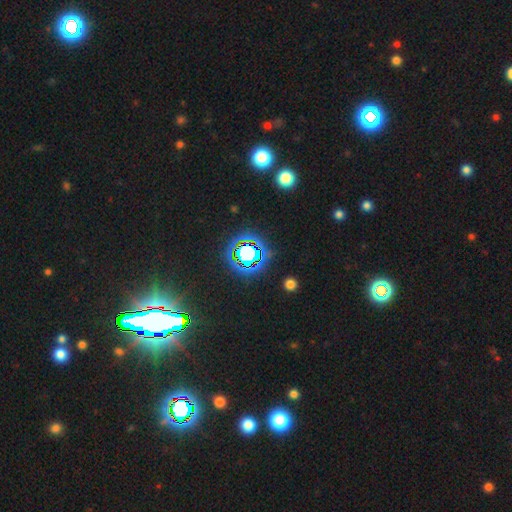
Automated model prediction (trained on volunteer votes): smooth_or_featured: star or artifact (p=0.82) [alt: smooth p=0.10]